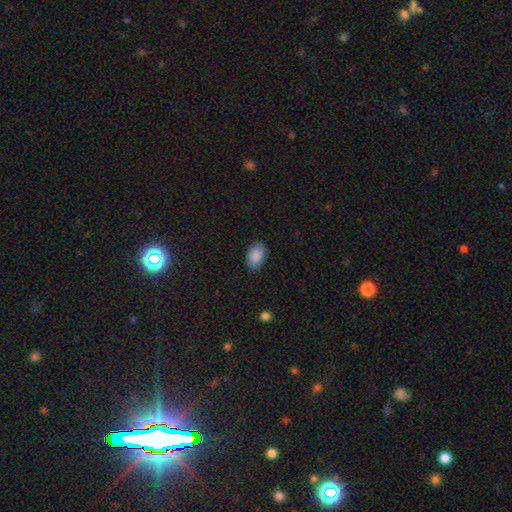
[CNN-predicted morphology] smooth-or-featured: smooth: 88% | star or artifact: 7% | featured or disk: 5%
  how-rounded: in between: 91% | round: 8% | cigar-shaped: 1%
  merging: none: 85% | minor disturbance: 12% | major disturbance: 3% | merger: 1%